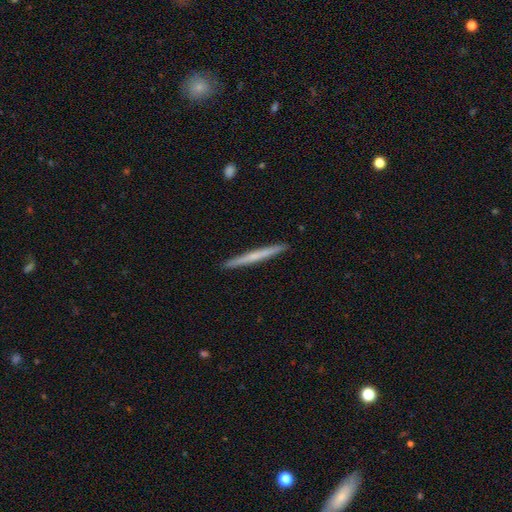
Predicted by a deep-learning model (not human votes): featured or disk 48%, smooth 47%, star or artifact 5%. Down the decision tree: merging — none (93%).